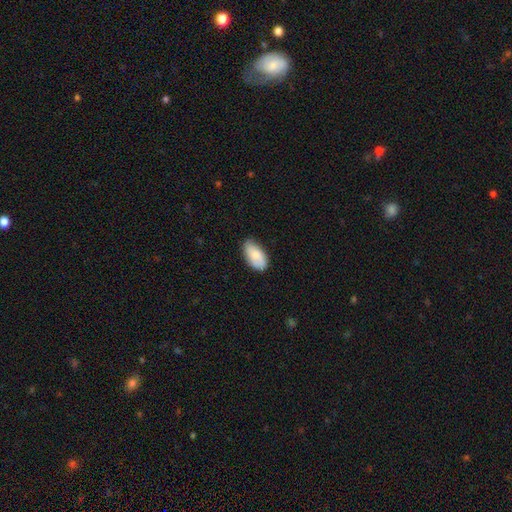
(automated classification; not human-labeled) A smooth galaxy with no disk features (79%) that is in between round and cigar-shaped (94%). Merging: none (73%).